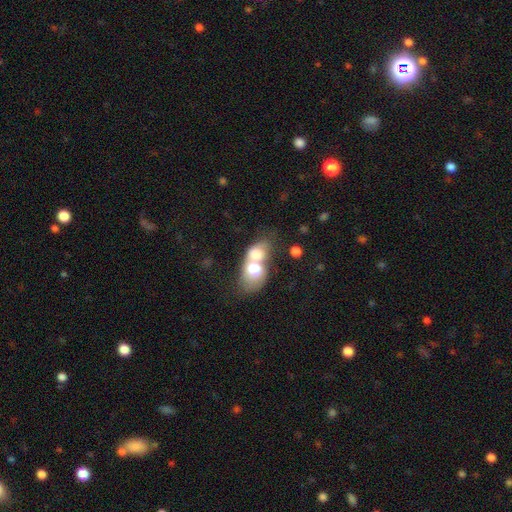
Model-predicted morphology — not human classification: Q: Smooth or featured?
A: smooth (65%); runner-up: featured or disk (28%)
Q: How rounded?
A: in between (71%); runner-up: round (27%)
Q: Merging?
A: merger (77%); runner-up: none (12%)